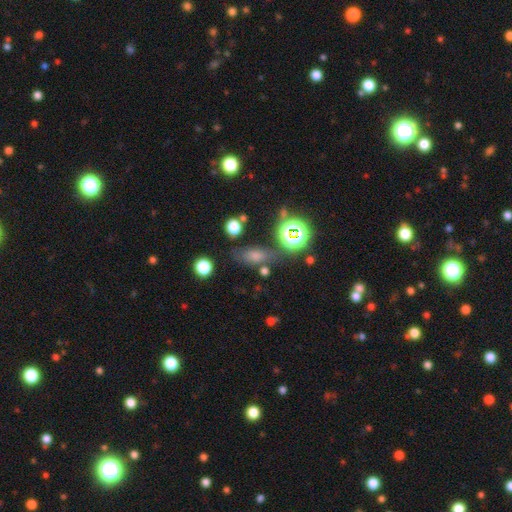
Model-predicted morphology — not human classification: smooth_or_featured: smooth (p=0.46) [alt: star or artifact p=0.40]
merging: none (p=0.72) [alt: minor disturbance p=0.15]